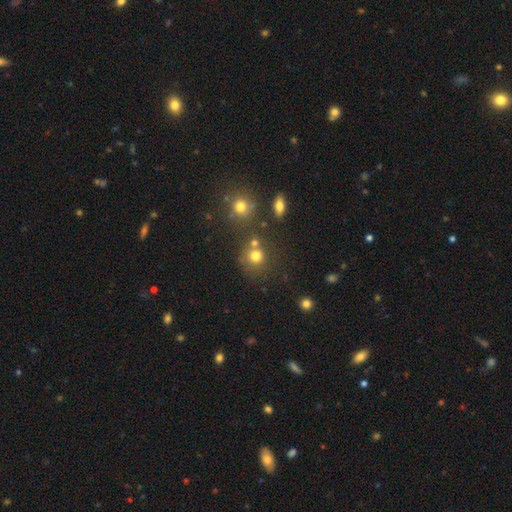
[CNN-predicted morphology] Smooth or featured: smooth — 75% (star or artifact — 16%)
How rounded: round — 86% (in between — 13%)
Merging: none — 62% (merger — 23%)